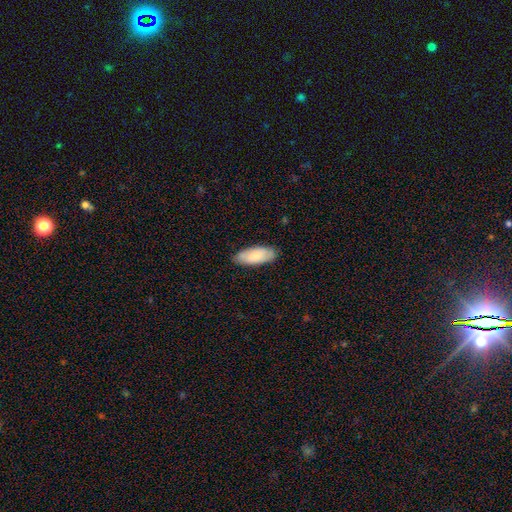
Overall: smooth (85%). How rounded: in between (88%). Merging: none (95%).